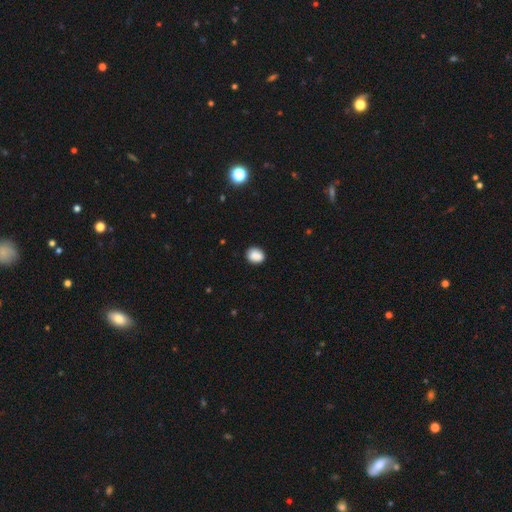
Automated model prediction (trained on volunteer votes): This appears to be a smooth galaxy with no disk features (88%) that is round (53%). Merging: none (84%).